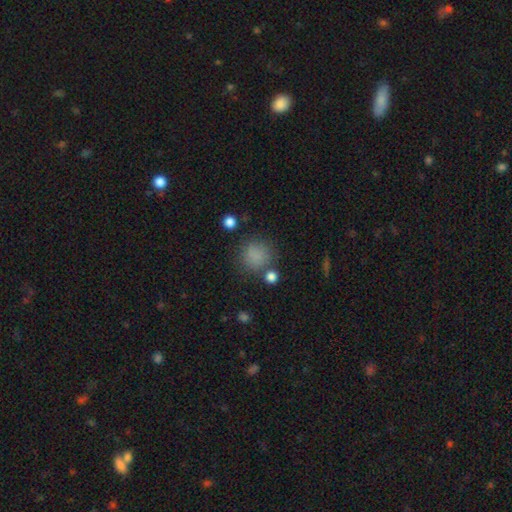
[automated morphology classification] A smooth galaxy with no disk features (81%) that is round (87%). Merging: none (74%).